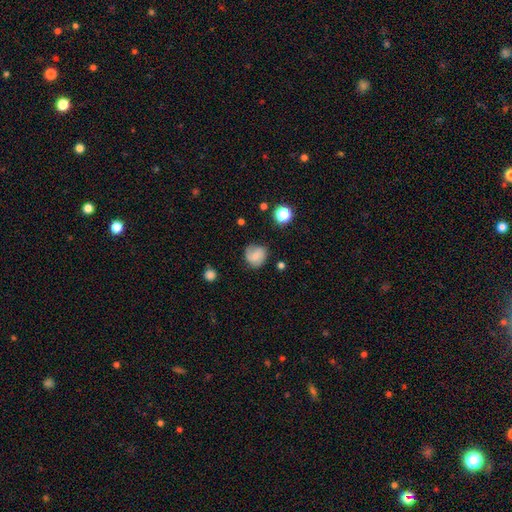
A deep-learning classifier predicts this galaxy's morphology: This is likely a smooth galaxy (61%). How rounded: likely round (79%). Merging: likely none (63%).